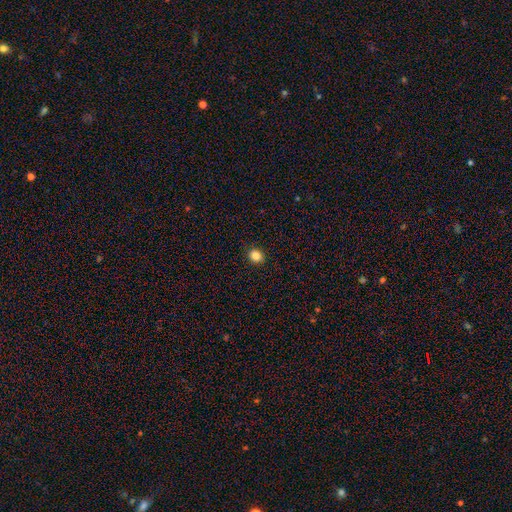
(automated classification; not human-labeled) Smooth or featured: smooth — 85% (star or artifact — 11%)
How rounded: round — 78% (in between — 21%)
Merging: none — 92% (minor disturbance — 5%)